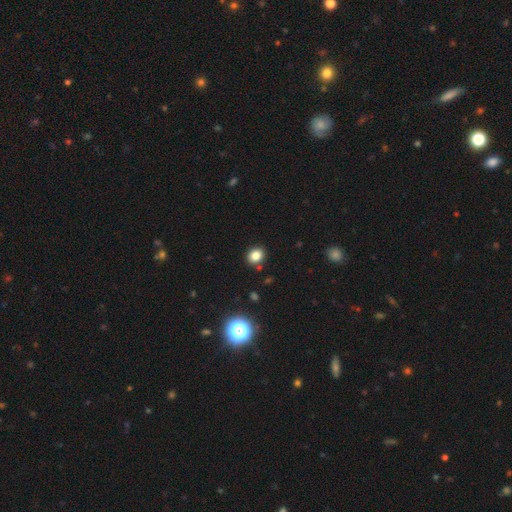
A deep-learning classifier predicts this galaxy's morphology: This appears to be a smooth galaxy with no disk features (81%) that is round (64%). Merging: none (88%).